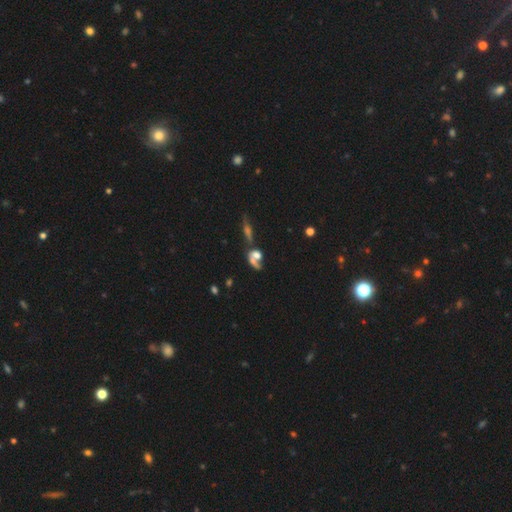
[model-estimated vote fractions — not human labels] Q: Smooth or featured?
A: smooth (45%); runner-up: featured or disk (38%)
Q: Merging?
A: merger (50%); runner-up: none (27%)